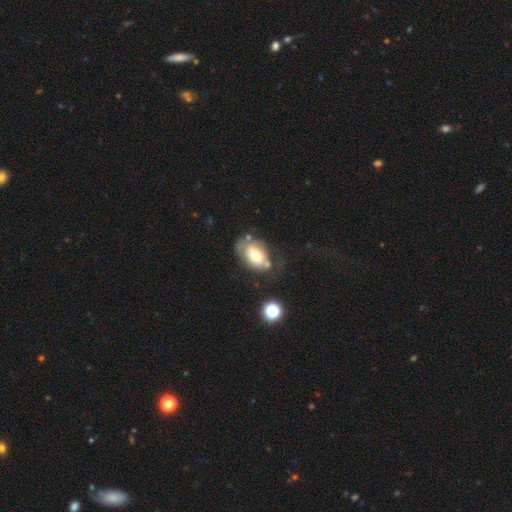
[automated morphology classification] smooth_or_featured: smooth (p=0.63) [alt: featured or disk p=0.28]
how_rounded: in between (p=0.87) [alt: round p=0.12]
merging: none (p=0.45) [alt: minor disturbance p=0.26]